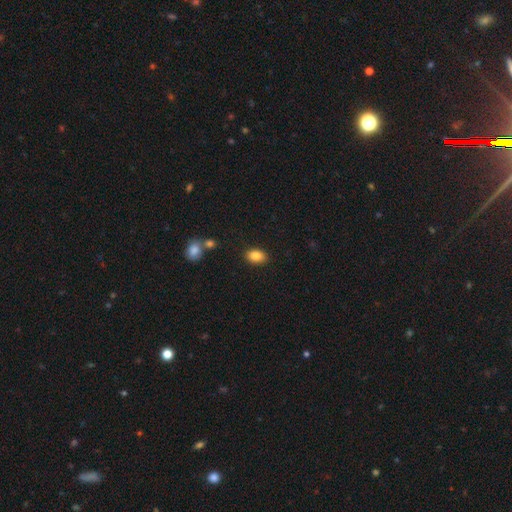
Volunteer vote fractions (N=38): Volunteers were most divided on "smooth or featured": smooth: 82%, star or artifact: 11%, featured or disk: 8%. More confident: how rounded — in between (94%); merging — none (88%).